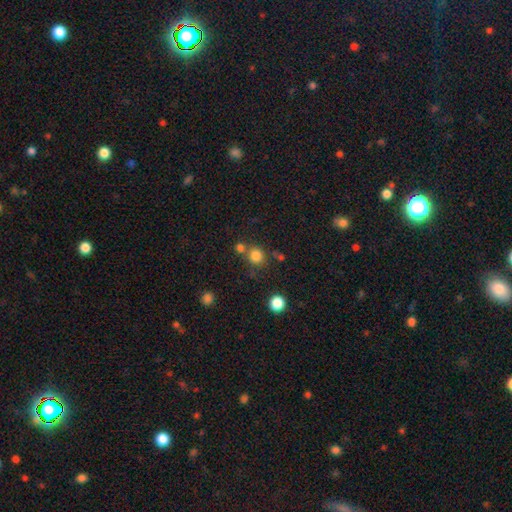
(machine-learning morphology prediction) smooth_or_featured: smooth (p=0.81) [alt: star or artifact p=0.14]
how_rounded: round (p=0.87) [alt: in between p=0.12]
merging: none (p=0.67) [alt: merger p=0.20]